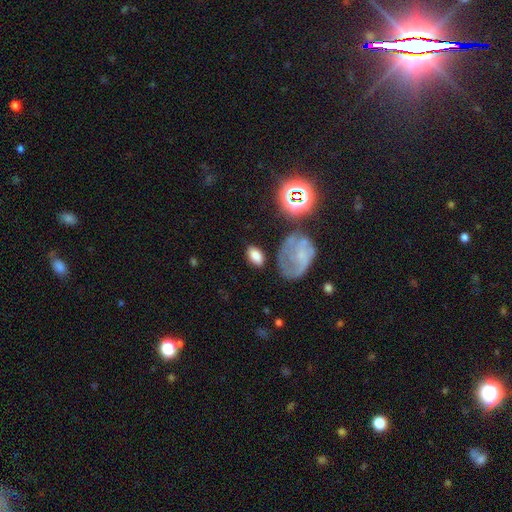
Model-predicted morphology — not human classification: Smooth or featured? Predicted: smooth (p=0.74). How rounded? Predicted: in between (p=0.89). Merging? Predicted: none (p=0.68).